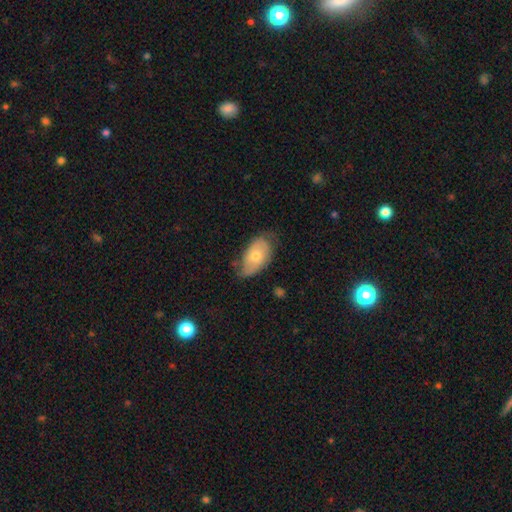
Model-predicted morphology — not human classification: Q: Smooth or featured?
A: smooth (54%); runner-up: featured or disk (40%)
Q: How rounded?
A: in between (92%); runner-up: round (6%)
Q: Merging?
A: none (56%); runner-up: minor disturbance (33%)